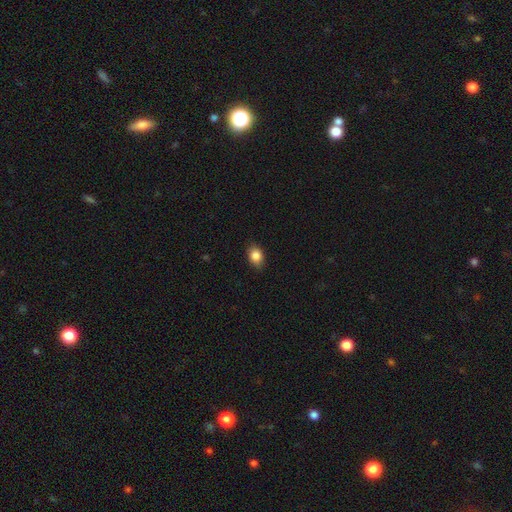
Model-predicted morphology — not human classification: smooth 86%, star or artifact 8%, featured or disk 6%. Down the decision tree: how rounded — in between (71%); merging — none (85%).